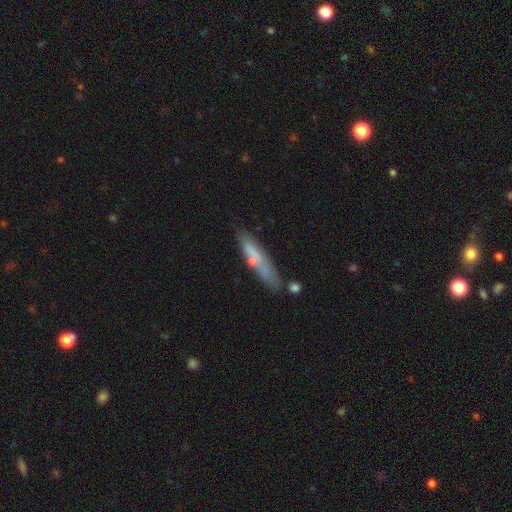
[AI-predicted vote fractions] A smooth galaxy with no disk features (62%) that is cigar-shaped (85%). Merging: none (68%).